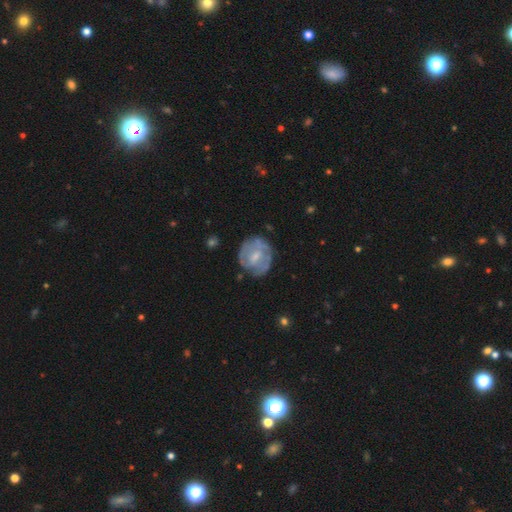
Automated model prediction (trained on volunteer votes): A featured or disk galaxy (62%) with a weak bar (48%), spiral arms (54%) and a small central bulge (42%). Merging: none (66%).